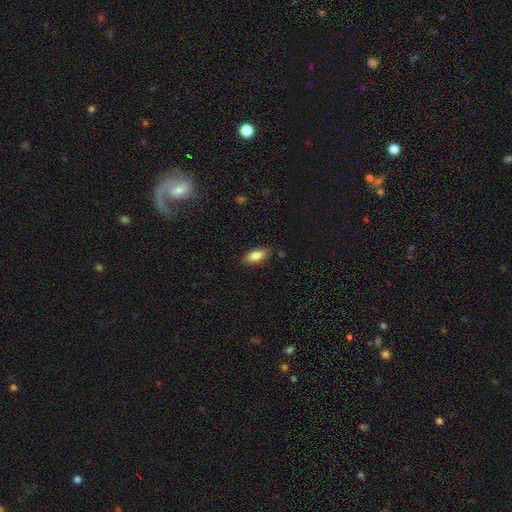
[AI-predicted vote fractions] smooth-or-featured: smooth: 86% | star or artifact: 7% | featured or disk: 7%
  how-rounded: in between: 86% | cigar-shaped: 11% | round: 3%
  merging: none: 79% | minor disturbance: 17% | major disturbance: 3% | merger: 2%